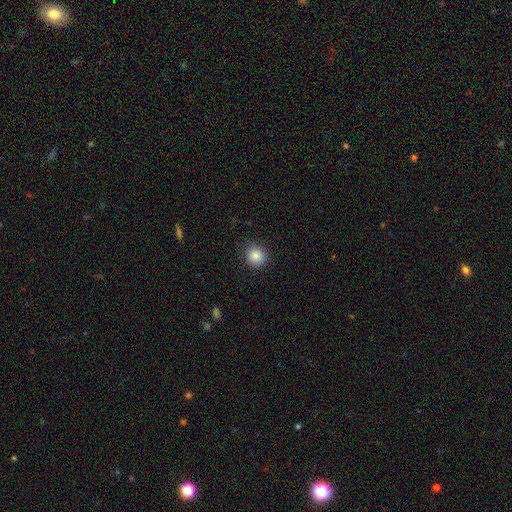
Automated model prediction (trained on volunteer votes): Overall: smooth (86%). How rounded: round (88%). Merging: none (84%).